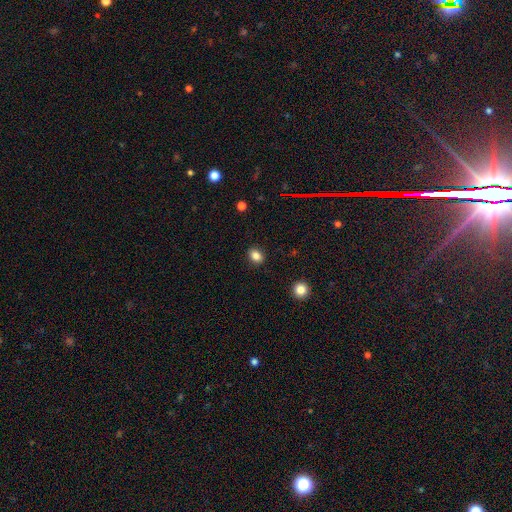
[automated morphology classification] Overall: smooth (83%). How rounded: in between (59%; round 40%). Merging: none (89%).